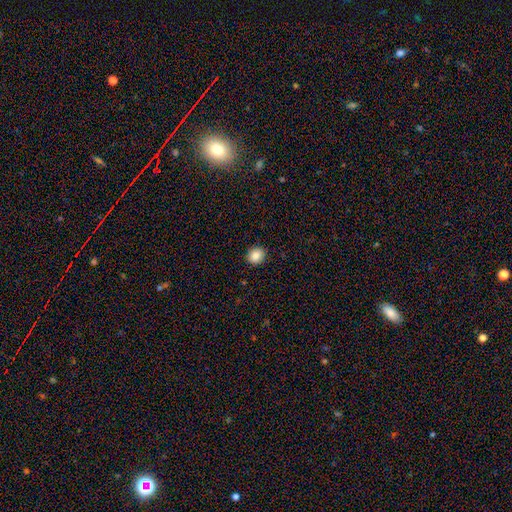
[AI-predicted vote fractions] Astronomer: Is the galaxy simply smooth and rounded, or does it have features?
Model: smooth — 87%.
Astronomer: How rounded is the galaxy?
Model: round — 80%.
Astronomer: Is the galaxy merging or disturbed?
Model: none — 92%.